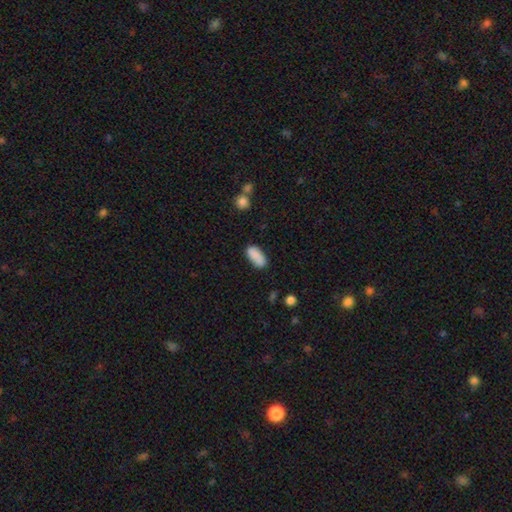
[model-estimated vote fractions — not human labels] This is clearly a smooth galaxy (86%). How rounded: clearly in between (89%). Merging: likely none (74%).